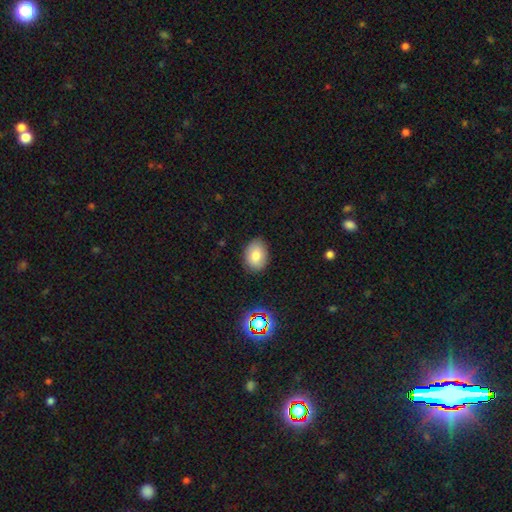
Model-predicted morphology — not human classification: smooth-or-featured: smooth: 79% | star or artifact: 11% | featured or disk: 10%
  how-rounded: in between: 71% | round: 28% | cigar-shaped: 1%
  merging: none: 85% | minor disturbance: 11% | major disturbance: 2% | merger: 1%